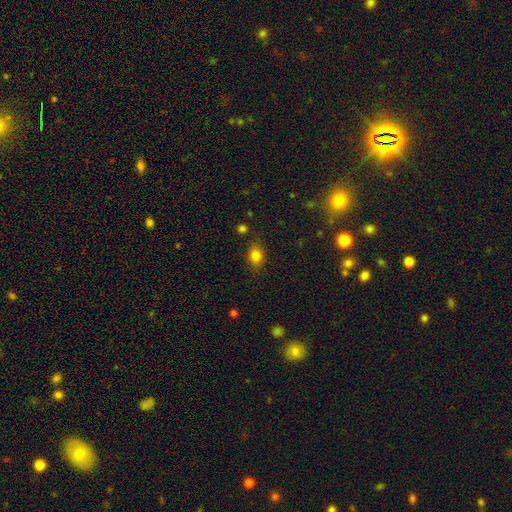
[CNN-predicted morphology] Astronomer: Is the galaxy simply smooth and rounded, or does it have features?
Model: smooth — 81%.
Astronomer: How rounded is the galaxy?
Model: in between — 68%.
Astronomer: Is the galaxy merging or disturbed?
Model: none — 81%.